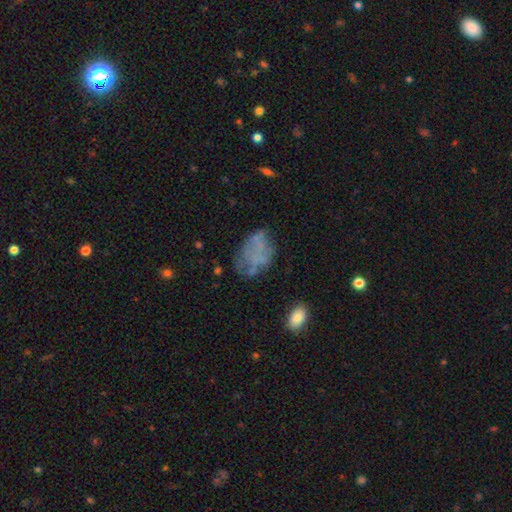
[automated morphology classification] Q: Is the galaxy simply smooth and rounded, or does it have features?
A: smooth — 44%.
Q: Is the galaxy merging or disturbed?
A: none — 43%.